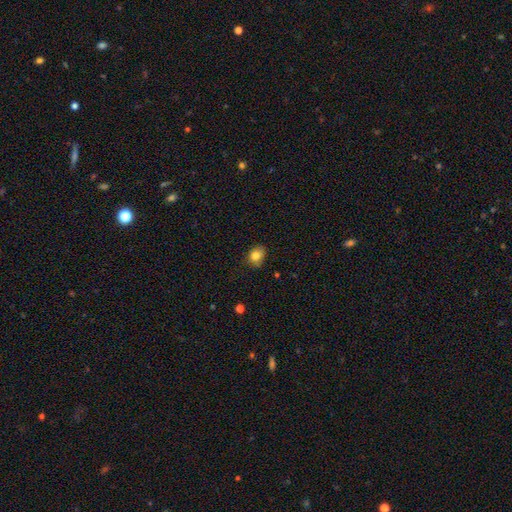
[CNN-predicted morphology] smooth 82%, star or artifact 10%, featured or disk 8%. Down the decision tree: how rounded — in between (55%); merging — none (77%).